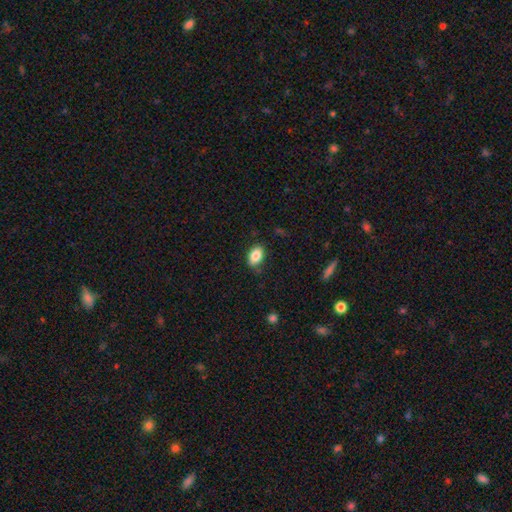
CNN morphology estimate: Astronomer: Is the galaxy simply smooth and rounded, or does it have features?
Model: smooth — 85%.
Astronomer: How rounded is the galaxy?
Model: in between — 88%.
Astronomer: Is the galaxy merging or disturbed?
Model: none — 82%.